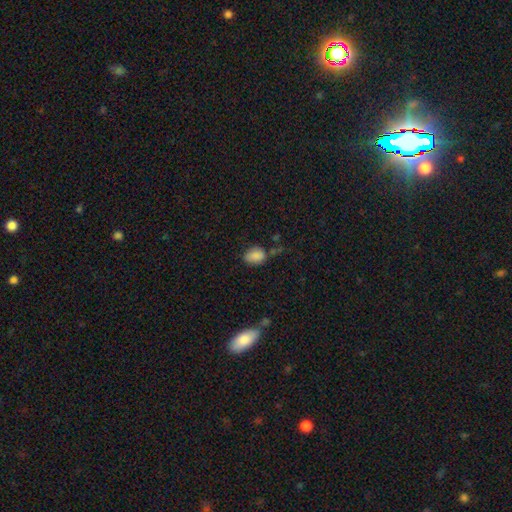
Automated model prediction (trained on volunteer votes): The model was most divided on "merging": none: 64%, minor disturbance: 25%, merger: 6%, major disturbance: 6%. More confident: smooth or featured — smooth (85%); how rounded — in between (71%).